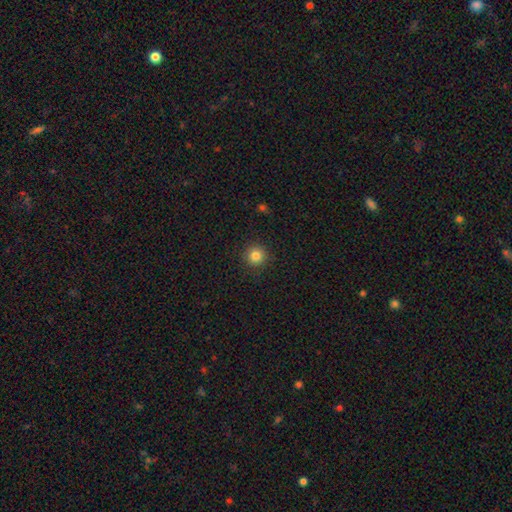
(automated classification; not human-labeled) smooth 83%, star or artifact 12%, featured or disk 5%. Down the decision tree: how rounded — round (95%); merging — none (91%).